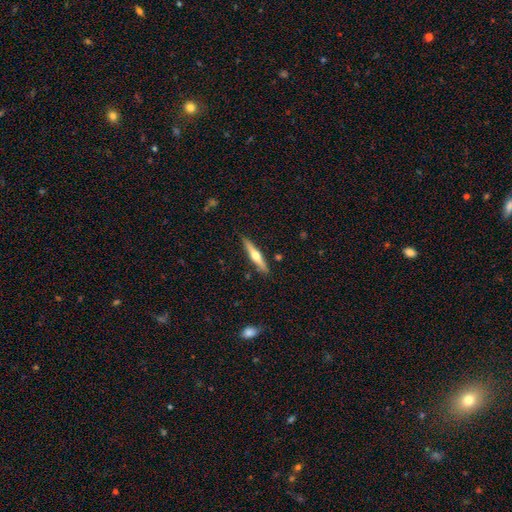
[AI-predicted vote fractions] Smooth or featured?
  - featured or disk: 59% *
  - smooth: 35%
  - star or artifact: 5%
Edge-on disk?
  - yes: 96% *
  - no: 4%
Edge-on bulge?
  - rounded: 93% *
  - none: 5%
  - boxy: 3%
Merging?
  - none: 88% *
  - minor disturbance: 9%
  - major disturbance: 2%
  - merger: 2%